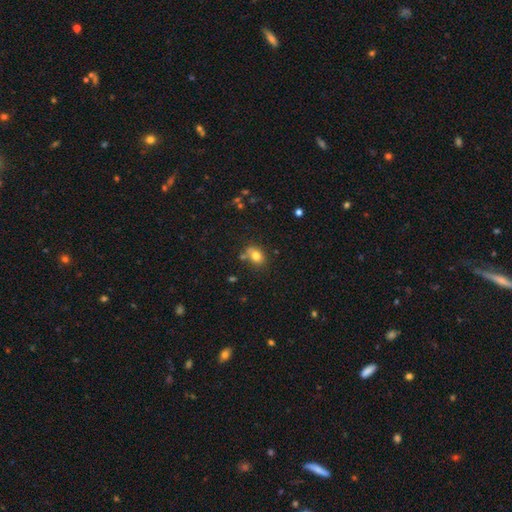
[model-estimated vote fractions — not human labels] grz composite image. It shows a smooth galaxy with no disk features (77%) that is in between round and cigar-shaped (65%). Merging: none (64%).